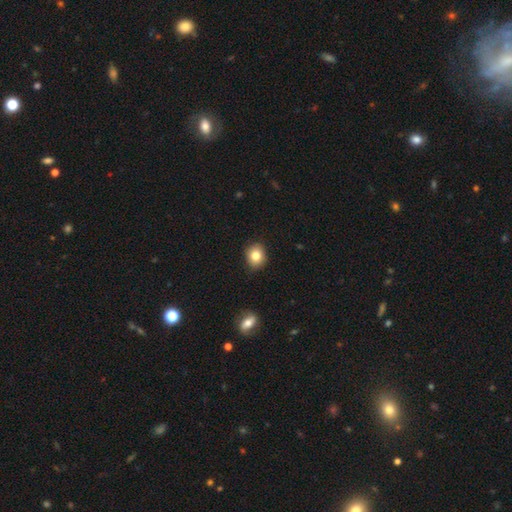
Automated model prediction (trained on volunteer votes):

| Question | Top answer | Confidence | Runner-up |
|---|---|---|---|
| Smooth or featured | smooth | 82% | star or artifact (10%) |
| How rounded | round | 61% | in between (38%) |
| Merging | none | 88% | minor disturbance (9%) |